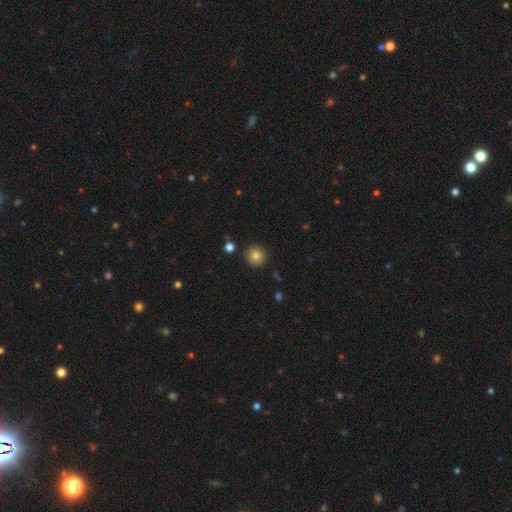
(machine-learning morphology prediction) A smooth galaxy with no disk features (81%) that is round (94%). Merging: none (91%).